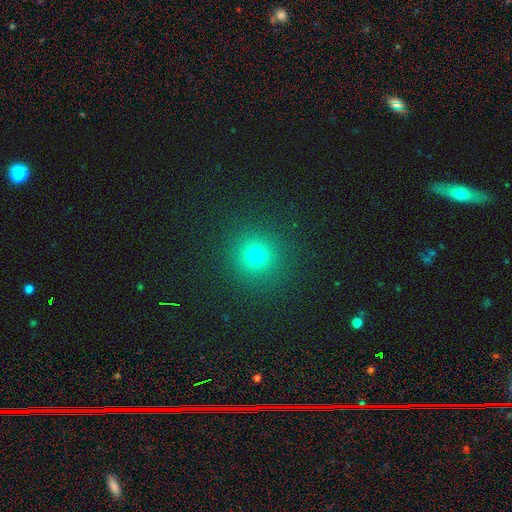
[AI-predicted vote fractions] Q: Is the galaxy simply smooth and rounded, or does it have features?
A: smooth — 72%.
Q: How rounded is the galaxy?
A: round — 93%.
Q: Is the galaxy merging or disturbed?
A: none — 90%.